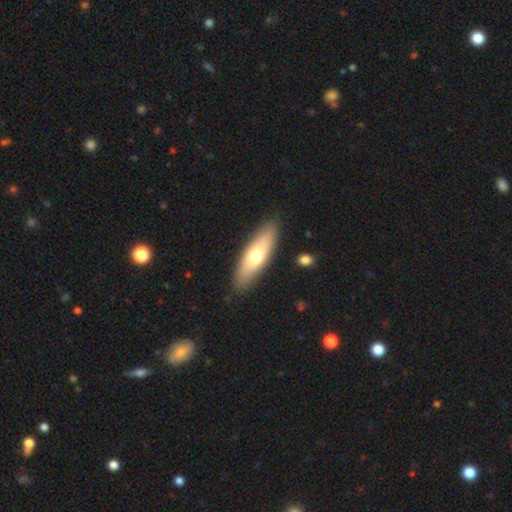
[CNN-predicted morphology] Smooth or featured? smooth (63%)
How rounded? in between (52%)
Merging? none (87%)